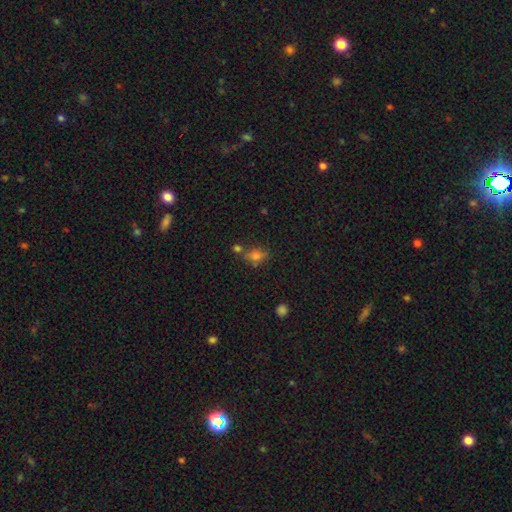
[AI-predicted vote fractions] smooth_or_featured: smooth (p=0.70) [alt: star or artifact p=0.17]
how_rounded: in between (p=0.65) [alt: round p=0.31]
merging: none (p=0.56) [alt: merger p=0.21]